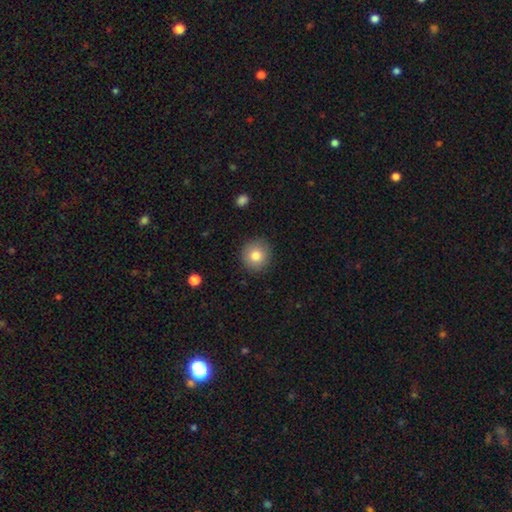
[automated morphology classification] smooth-or-featured: smooth: 81% | featured or disk: 10% | star or artifact: 9%
  how-rounded: round: 92% | in between: 7% | cigar-shaped: 1%
  merging: none: 89% | minor disturbance: 7% | major disturbance: 2% | merger: 1%